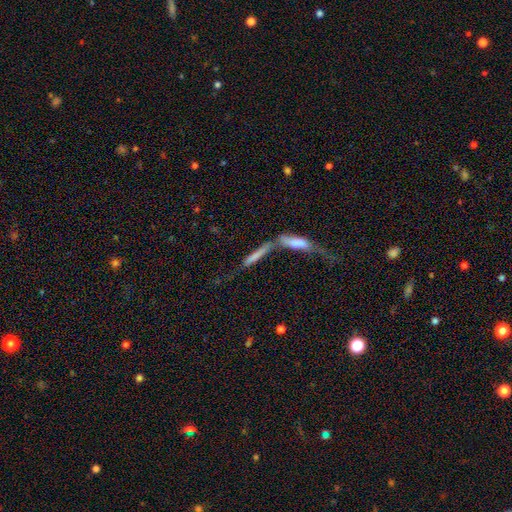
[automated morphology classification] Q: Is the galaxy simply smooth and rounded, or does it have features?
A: smooth — 60%.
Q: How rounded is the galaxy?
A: cigar-shaped — 86%.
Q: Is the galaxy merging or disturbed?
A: merger — 57%.